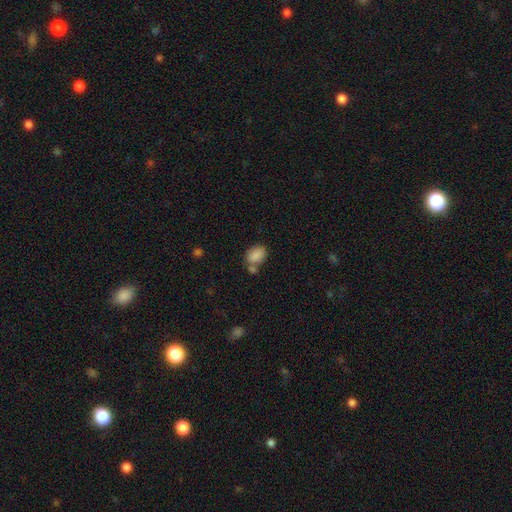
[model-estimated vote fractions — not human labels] This appears to be a smooth galaxy with no disk features (86%) that is in between round and cigar-shaped (80%). Merging: none (53%).